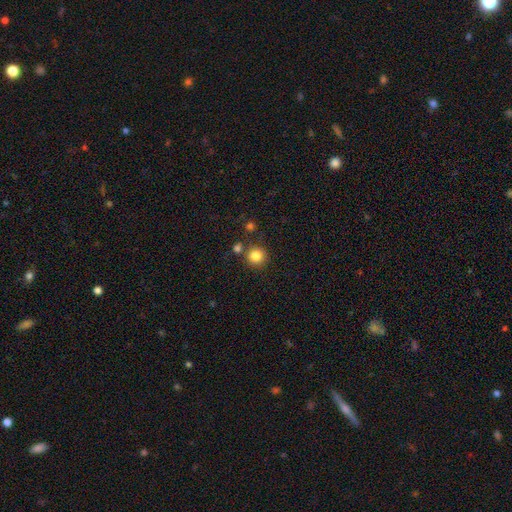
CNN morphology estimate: The model was most divided on "merging": none: 80%, merger: 9%, minor disturbance: 8%, major disturbance: 3%. More confident: how rounded — round (93%); smooth or featured — smooth (83%).